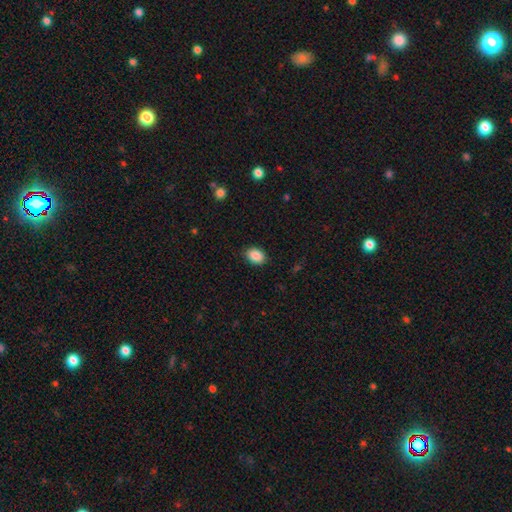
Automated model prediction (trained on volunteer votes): Smooth or featured?
  - smooth: 89% *
  - star or artifact: 8%
  - featured or disk: 3%
How rounded?
  - in between: 73% *
  - round: 26%
  - cigar-shaped: 1%
Merging?
  - none: 88% *
  - minor disturbance: 9%
  - major disturbance: 2%
  - merger: 1%